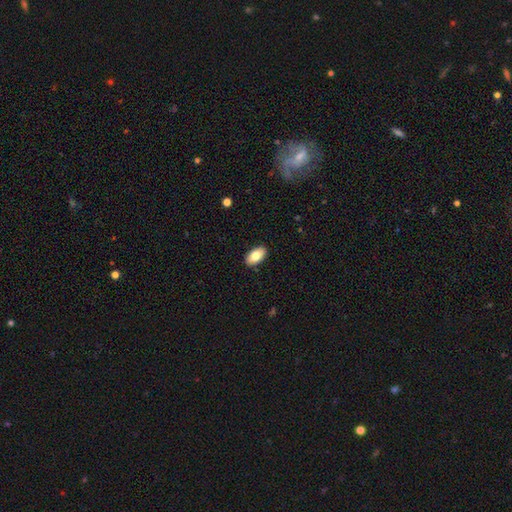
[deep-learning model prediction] Smooth or featured? Predicted: smooth (p=0.81). How rounded? Predicted: in between (p=0.95). Merging? Predicted: none (p=0.90).